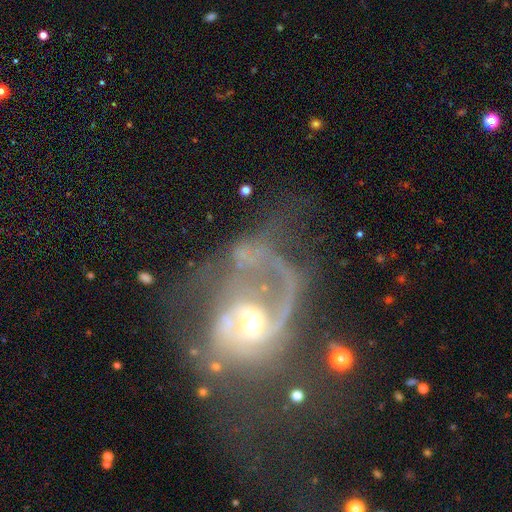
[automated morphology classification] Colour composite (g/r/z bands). It shows a featured or disk galaxy (82%) with no bar (55%), 1 (44%) loose (45%) spiral arms (87%) and a moderate central bulge (57%). Merging: major disturbance (48%).